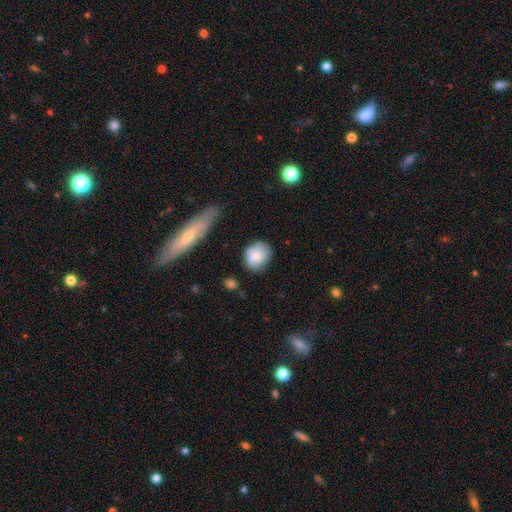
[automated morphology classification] Smooth or featured? Predicted: smooth (p=0.80). How rounded? Predicted: round (p=0.70). Merging? Predicted: none (p=0.70).